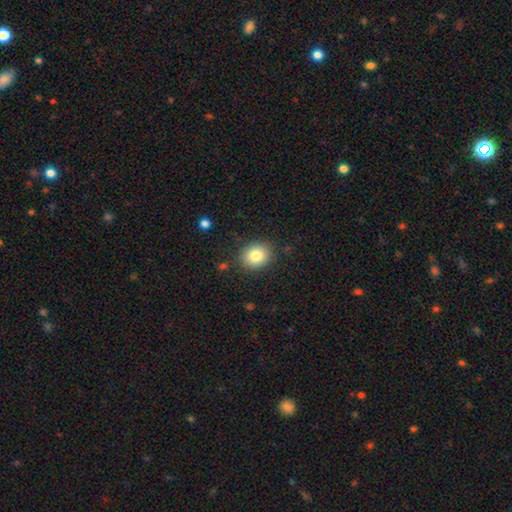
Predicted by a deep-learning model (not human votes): Smooth or featured? Predicted: smooth (p=0.82). How rounded? Predicted: round (p=0.63). Merging? Predicted: none (p=0.86).